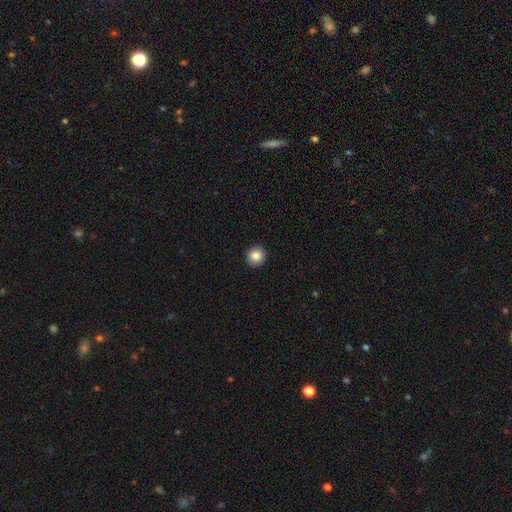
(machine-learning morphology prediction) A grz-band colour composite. It shows a smooth galaxy with no disk features (86%) that is round (91%). Merging: none (93%).